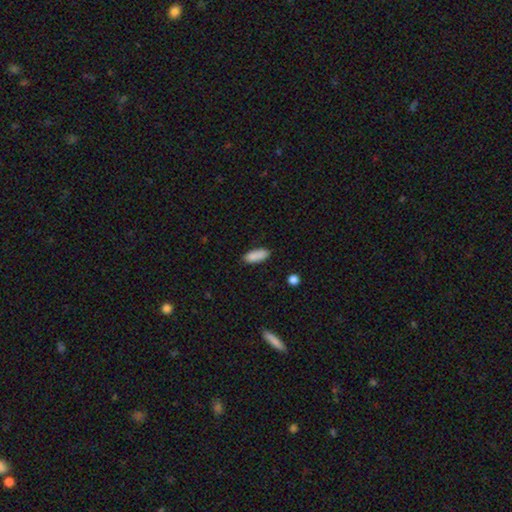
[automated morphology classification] This is clearly a smooth galaxy (88%). How rounded: likely in between (79%). Merging: clearly none (82%).